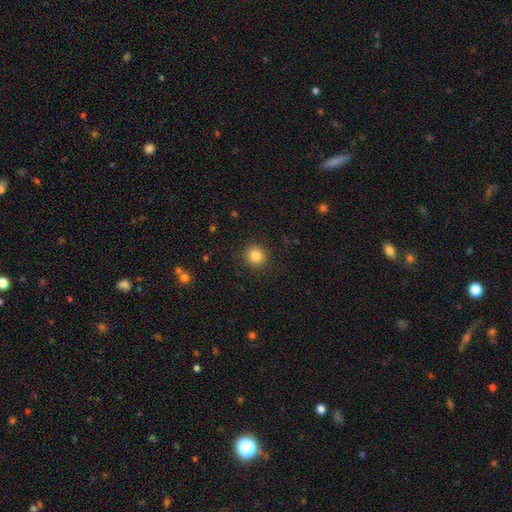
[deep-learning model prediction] Q: Smooth or featured?
A: smooth (84%); runner-up: star or artifact (11%)
Q: How rounded?
A: round (92%); runner-up: in between (7%)
Q: Merging?
A: none (91%); runner-up: minor disturbance (6%)